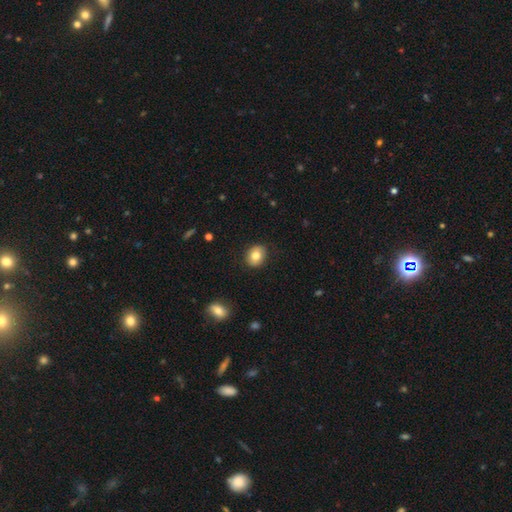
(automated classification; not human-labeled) Overall: smooth (79%). How rounded: round (54%; in between 45%). Merging: none (85%).